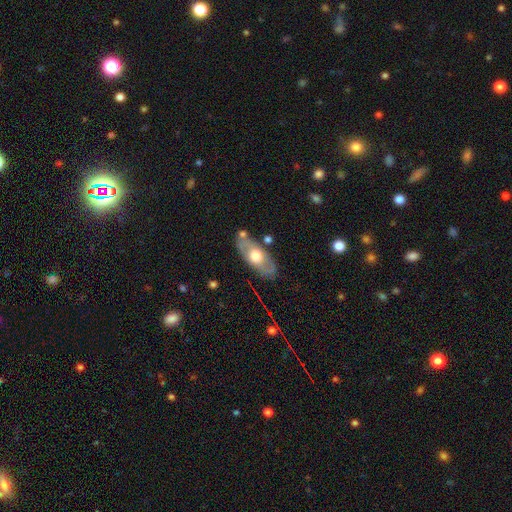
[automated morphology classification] smooth-or-featured: featured or disk: 47% (tied) | smooth: 47% (tied) | star or artifact: 6%
  merging: none: 76% | minor disturbance: 15% | merger: 5% | major disturbance: 4%